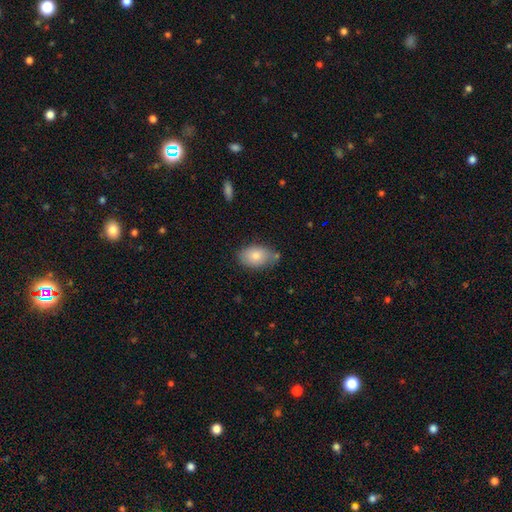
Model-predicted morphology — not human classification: Q: Smooth or featured?
A: smooth (82%); runner-up: featured or disk (11%)
Q: How rounded?
A: in between (90%); runner-up: round (9%)
Q: Merging?
A: none (69%); runner-up: minor disturbance (22%)